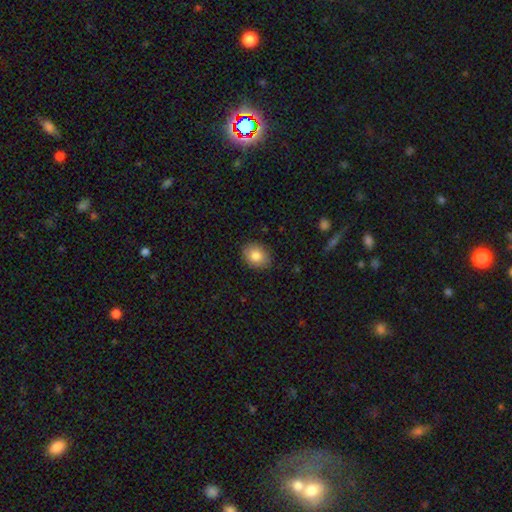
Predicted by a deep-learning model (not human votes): This appears to be a smooth galaxy with no disk features (83%) that is in between round and cigar-shaped (51%). Merging: none (85%).